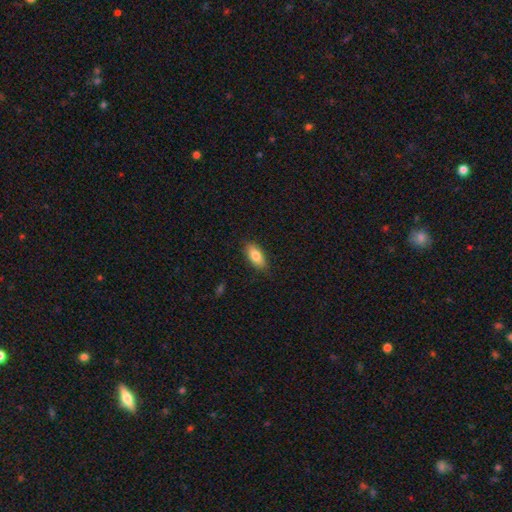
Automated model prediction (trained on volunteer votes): Smooth or featured? Predicted: smooth (p=0.82). How rounded? Predicted: in between (p=0.87). Merging? Predicted: none (p=0.85).